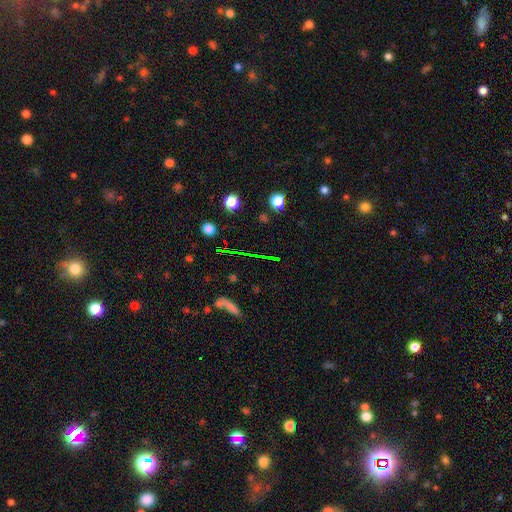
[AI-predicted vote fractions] Q: Smooth or featured?
A: star or artifact (56%); runner-up: smooth (24%)